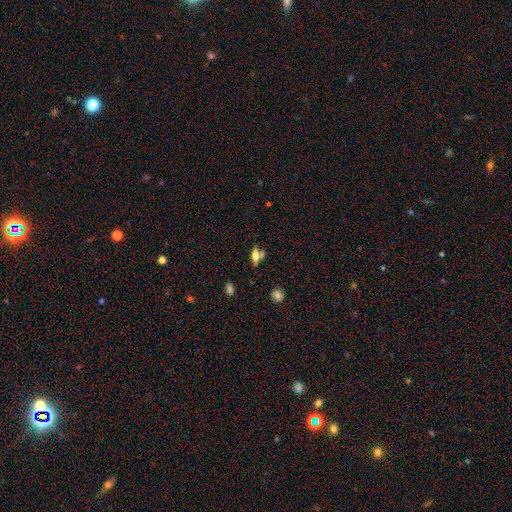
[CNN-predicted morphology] smooth_or_featured: smooth (p=0.52) [alt: featured or disk p=0.28]
how_rounded: in between (p=0.65) [alt: cigar-shaped p=0.25]
merging: none (p=0.73) [alt: minor disturbance p=0.12]